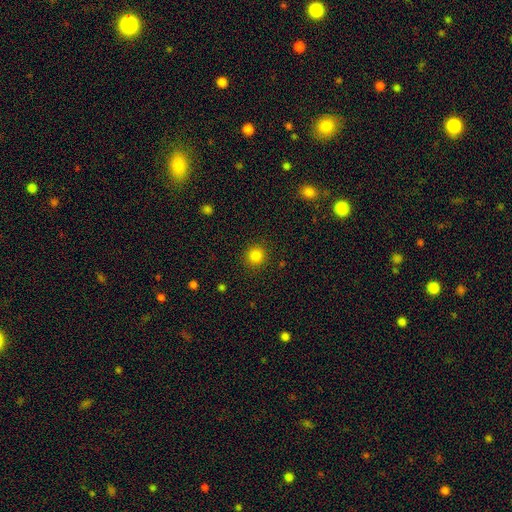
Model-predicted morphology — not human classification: Smooth or featured? smooth (84%)
How rounded? round (93%)
Merging? none (90%)